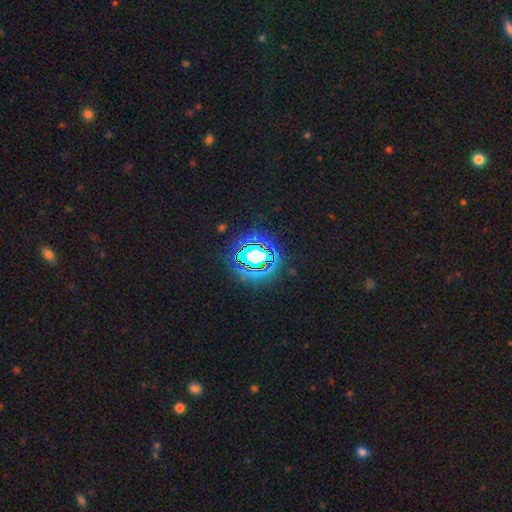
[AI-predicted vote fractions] Overall: star or artifact (68%).